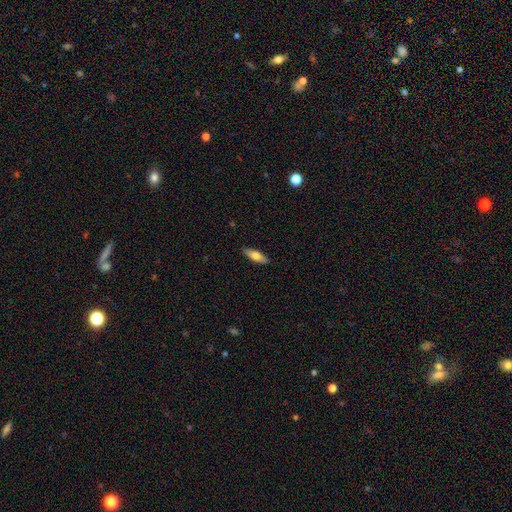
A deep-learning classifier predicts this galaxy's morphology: Q: Smooth or featured?
A: smooth (70%); runner-up: featured or disk (24%)
Q: How rounded?
A: in between (52%); runner-up: cigar-shaped (46%)
Q: Merging?
A: none (88%); runner-up: minor disturbance (9%)